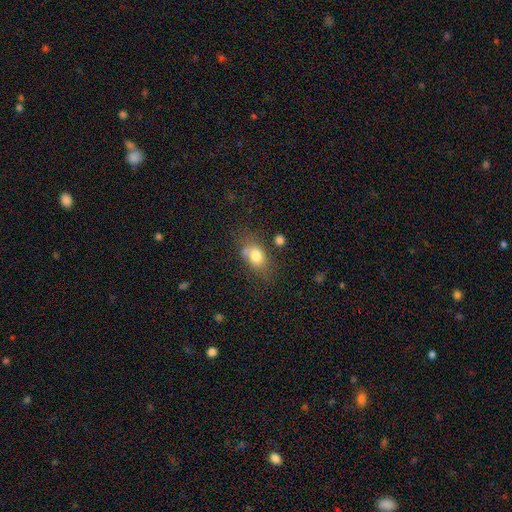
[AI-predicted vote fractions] Smooth or featured? smooth (78%)
How rounded? in between (74%)
Merging? none (57%)